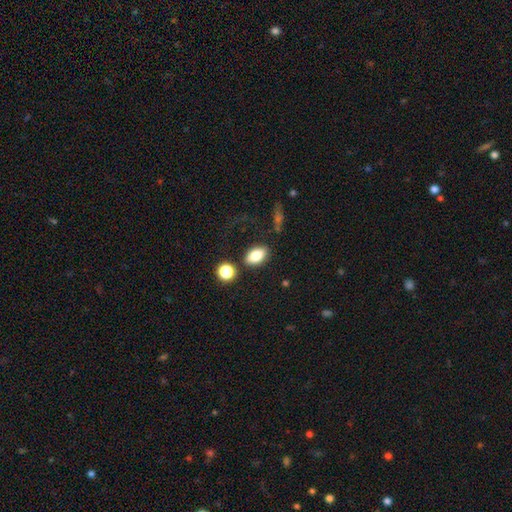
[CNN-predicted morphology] Q: Smooth or featured?
A: smooth (80%); runner-up: featured or disk (10%)
Q: How rounded?
A: in between (86%); runner-up: round (11%)
Q: Merging?
A: none (78%); runner-up: minor disturbance (12%)